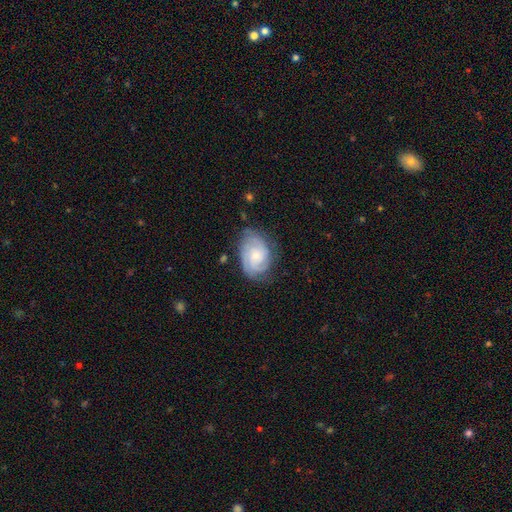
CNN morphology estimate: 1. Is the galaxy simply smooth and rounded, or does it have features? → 73% featured or disk, 21% smooth, 6% star or artifact.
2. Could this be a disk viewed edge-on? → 97% no, 3% yes.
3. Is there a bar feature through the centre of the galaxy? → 71% no, 25% weak, 3% strong.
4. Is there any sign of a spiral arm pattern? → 94% yes, 6% no.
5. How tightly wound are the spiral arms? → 62% tight, 31% medium, 8% loose.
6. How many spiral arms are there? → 32% 2, 29% can't tell, 24% 3, 6% 4, 5% 1, 4% more than 4.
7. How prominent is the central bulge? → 63% small, 31% moderate, 4% none, 2% large, 1% dominant.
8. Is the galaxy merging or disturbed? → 68% none, 22% minor disturbance, 8% major disturbance, 1% merger.